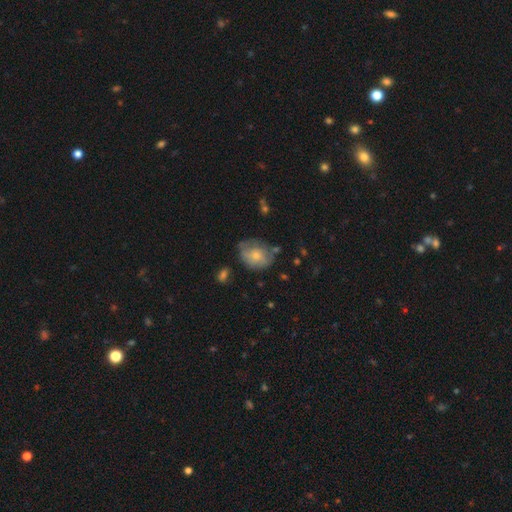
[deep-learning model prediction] Smooth or featured? smooth (63%)
How rounded? in between (50%)
Merging? none (51%)